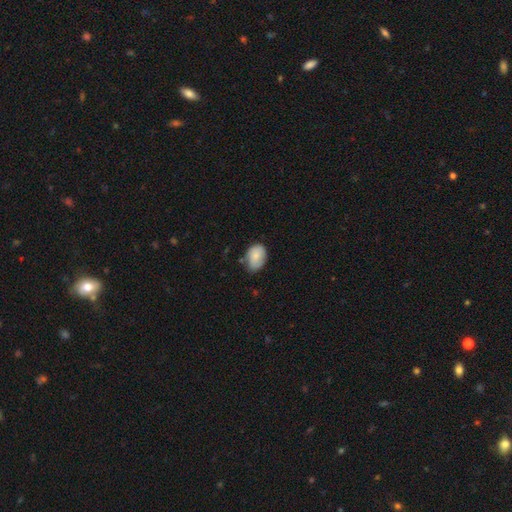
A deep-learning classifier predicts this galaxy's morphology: Smooth or featured?
  - smooth: 82% *
  - featured or disk: 11%
  - star or artifact: 7%
How rounded?
  - in between: 81% *
  - round: 18%
  - cigar-shaped: 1%
Merging?
  - none: 65% *
  - minor disturbance: 28%
  - major disturbance: 5%
  - merger: 3%